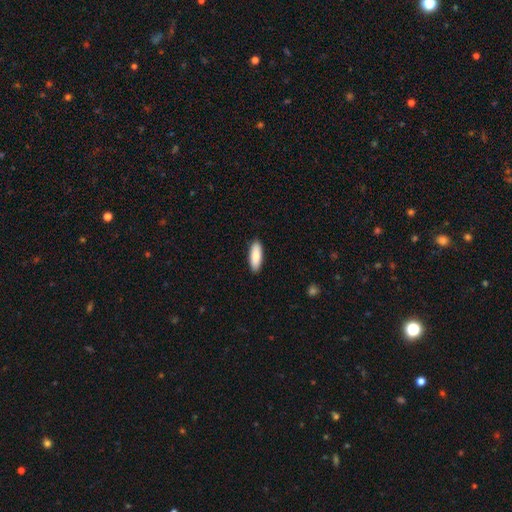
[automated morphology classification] A smooth galaxy with no disk features (87%) that is in between round and cigar-shaped (62%). Merging: none (91%).